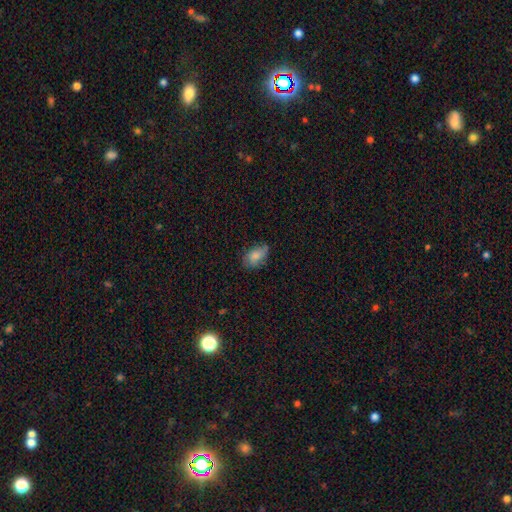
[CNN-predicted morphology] type=smooth (71%); roundness=in between (89%); merging=none (64%).